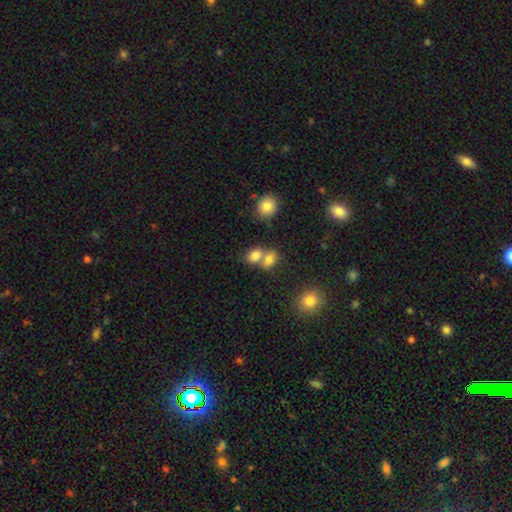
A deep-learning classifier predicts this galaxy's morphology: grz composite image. It shows a smooth galaxy with no disk features (78%) that is in between round and cigar-shaped (74%). Merging: merger (54%).